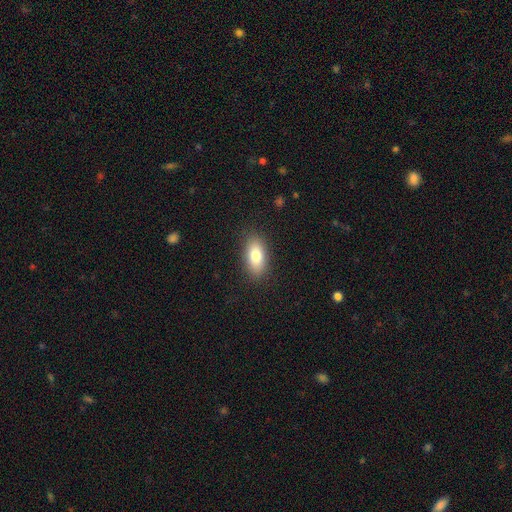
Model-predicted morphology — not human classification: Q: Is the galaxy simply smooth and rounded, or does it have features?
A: smooth — 80%.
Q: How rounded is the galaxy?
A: in between — 88%.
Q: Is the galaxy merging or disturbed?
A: none — 87%.